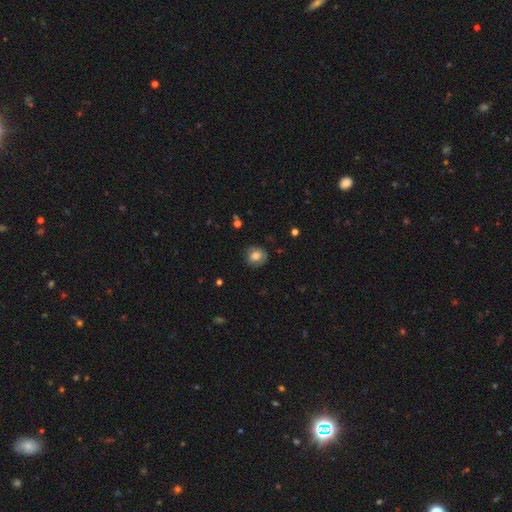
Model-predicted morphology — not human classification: smooth_or_featured: smooth (p=0.76) [alt: featured or disk p=0.15]
how_rounded: round (p=0.82) [alt: in between p=0.17]
merging: none (p=0.78) [alt: minor disturbance p=0.17]